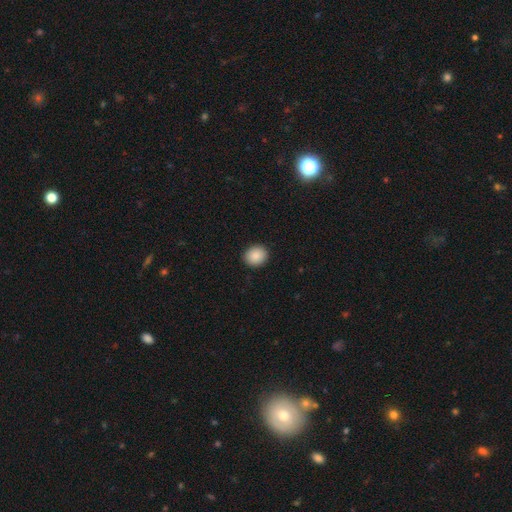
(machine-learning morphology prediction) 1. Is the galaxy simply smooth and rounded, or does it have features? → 89% smooth, 8% star or artifact, 3% featured or disk.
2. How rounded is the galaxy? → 73% round, 26% in between, 1% cigar-shaped.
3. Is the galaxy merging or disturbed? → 92% none, 6% minor disturbance, 2% major disturbance, 1% merger.